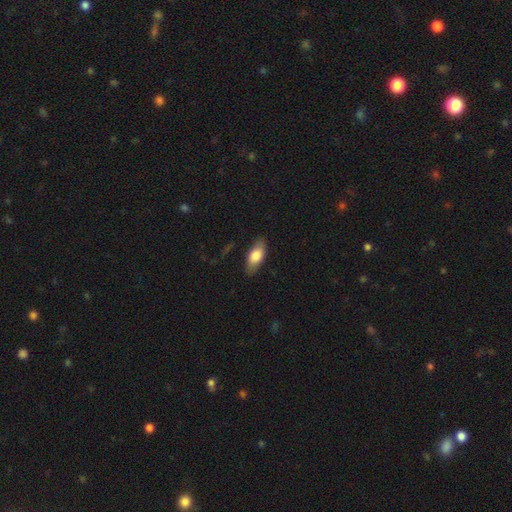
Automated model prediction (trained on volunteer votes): smooth_or_featured: smooth (p=0.76) [alt: featured or disk p=0.18]
how_rounded: in between (p=0.85) [alt: cigar-shaped p=0.12]
merging: none (p=0.82) [alt: minor disturbance p=0.14]